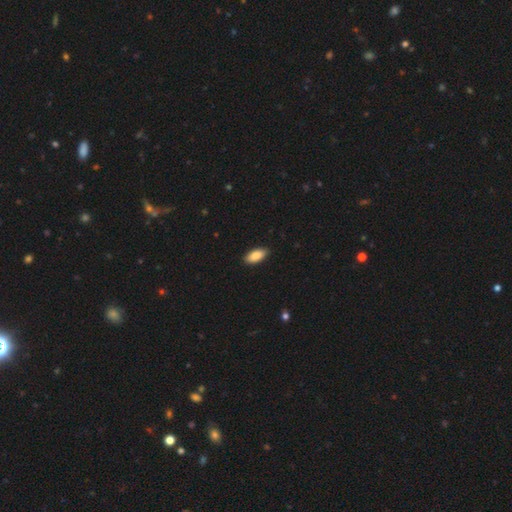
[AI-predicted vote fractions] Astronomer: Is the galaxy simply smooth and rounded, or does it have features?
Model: smooth — 87%.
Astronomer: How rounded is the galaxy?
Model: in between — 91%.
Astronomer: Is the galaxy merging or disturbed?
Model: none — 88%.